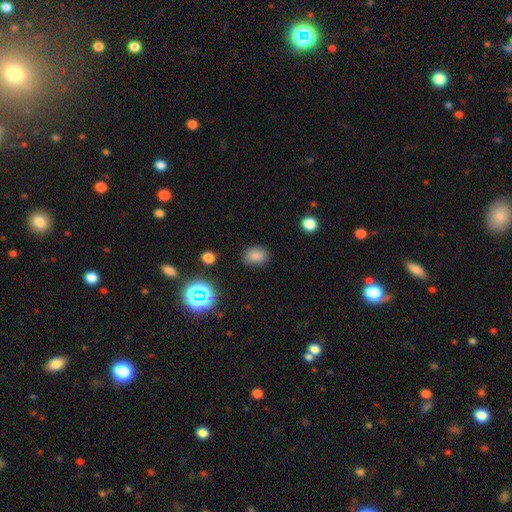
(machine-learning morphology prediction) Smooth or featured: smooth — 82% (star or artifact — 13%)
How rounded: in between — 68% (round — 31%)
Merging: none — 84% (minor disturbance — 11%)